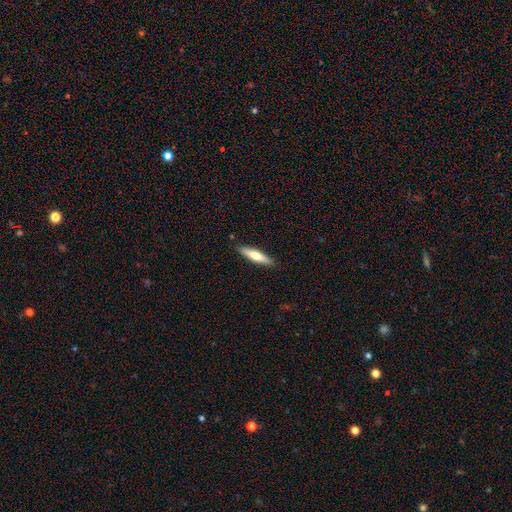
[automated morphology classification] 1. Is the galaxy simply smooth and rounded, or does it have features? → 62% smooth, 32% featured or disk, 5% star or artifact.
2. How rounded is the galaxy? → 79% cigar-shaped, 20% in between, 1% round.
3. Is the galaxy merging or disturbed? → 89% none, 8% minor disturbance, 2% major disturbance, 1% merger.